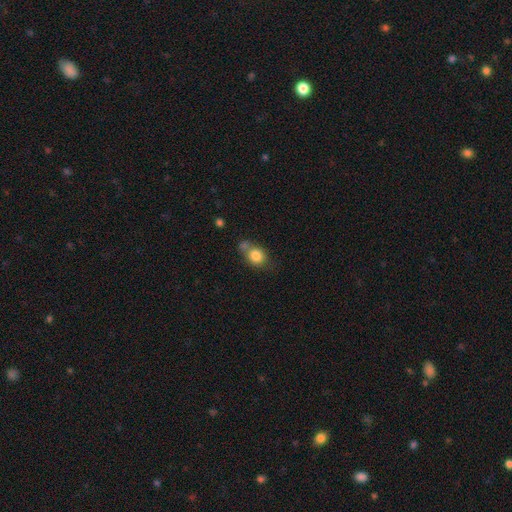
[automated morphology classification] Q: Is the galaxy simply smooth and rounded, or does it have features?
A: smooth — 81%.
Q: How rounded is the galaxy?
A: round — 61%.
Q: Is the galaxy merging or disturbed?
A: none — 47%.